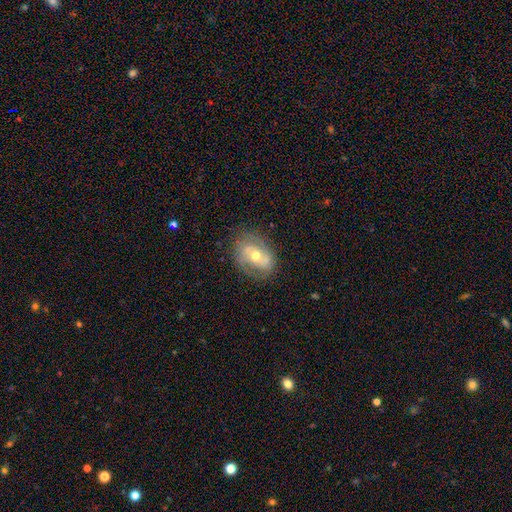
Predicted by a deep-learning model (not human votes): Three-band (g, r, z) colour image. It shows a featured or disk galaxy (68%) with no bar (55%), spiral arms (74%) and a moderate central bulge (72%). Merging: none (73%).